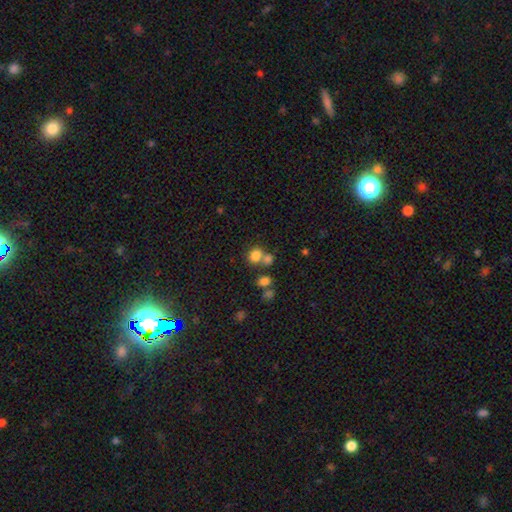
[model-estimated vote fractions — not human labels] Morphology: type=smooth (79%); roundness=round (70%); merging=none (50%).